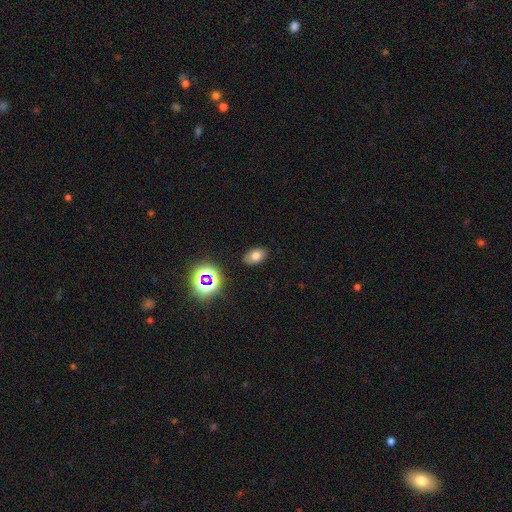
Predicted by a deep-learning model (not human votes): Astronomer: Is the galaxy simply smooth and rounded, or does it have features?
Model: smooth — 72%.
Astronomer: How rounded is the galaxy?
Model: in between — 88%.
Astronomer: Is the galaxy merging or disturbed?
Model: none — 85%.